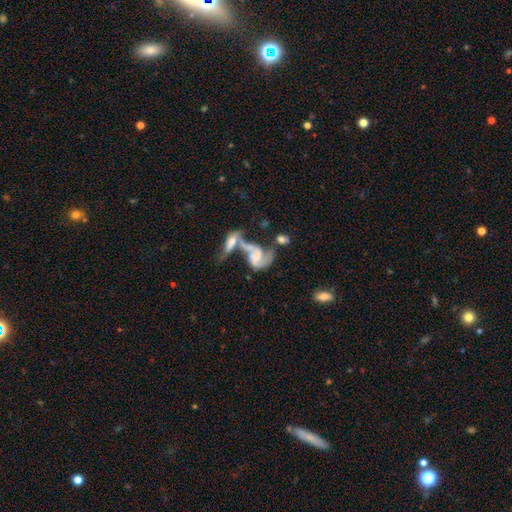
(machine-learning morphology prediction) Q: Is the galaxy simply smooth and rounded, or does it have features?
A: featured or disk — 71%.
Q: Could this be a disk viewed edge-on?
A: no — 95%.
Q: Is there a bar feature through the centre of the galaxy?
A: no — 53%.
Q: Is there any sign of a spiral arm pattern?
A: yes — 81%.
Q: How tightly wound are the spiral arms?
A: loose — 53%.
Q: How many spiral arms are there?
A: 2 — 74%.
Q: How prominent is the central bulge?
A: none — 38%.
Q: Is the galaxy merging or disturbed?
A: merger — 63%.